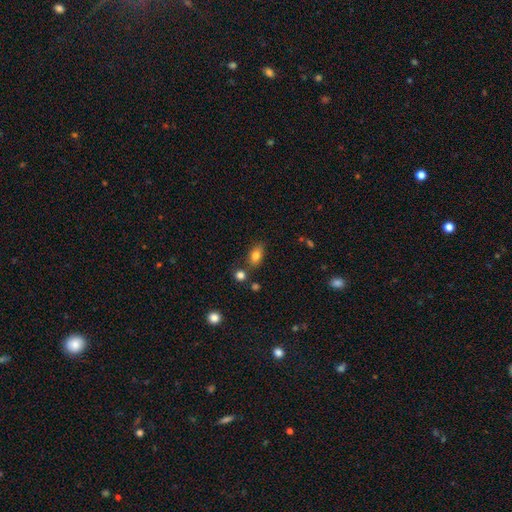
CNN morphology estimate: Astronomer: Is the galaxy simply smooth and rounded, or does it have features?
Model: smooth — 80%.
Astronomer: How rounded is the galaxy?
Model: in between — 83%.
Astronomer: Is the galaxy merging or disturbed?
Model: none — 73%.